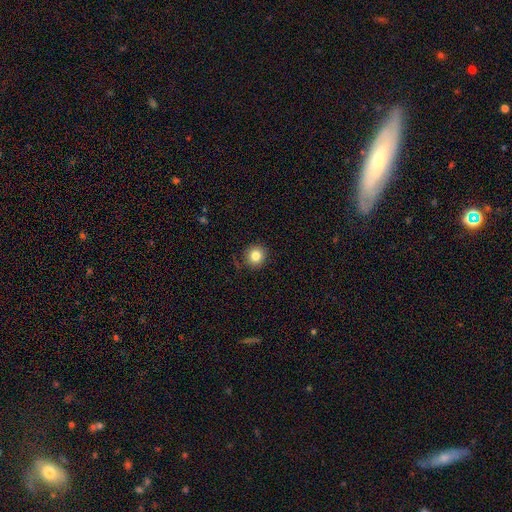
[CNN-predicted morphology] The model was most divided on "smooth or featured": smooth: 84%, star or artifact: 11%, featured or disk: 6%. More confident: how rounded — round (92%); merging — none (88%).